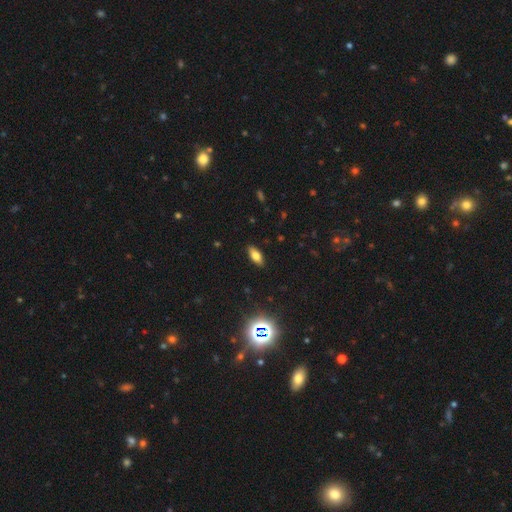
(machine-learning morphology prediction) The model was most divided on "smooth or featured": smooth: 74%, featured or disk: 13%, star or artifact: 13%. More confident: merging — none (88%); how rounded — in between (84%).